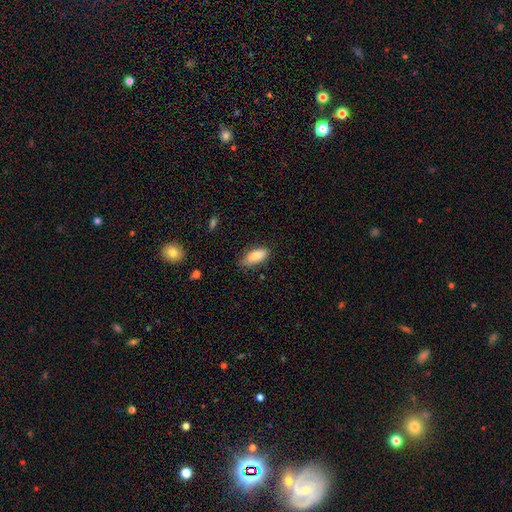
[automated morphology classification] smooth-or-featured: smooth: 79% | featured or disk: 15% | star or artifact: 7%
  how-rounded: in between: 79% | cigar-shaped: 19% | round: 2%
  merging: none: 78% | minor disturbance: 17% | major disturbance: 3% | merger: 2%